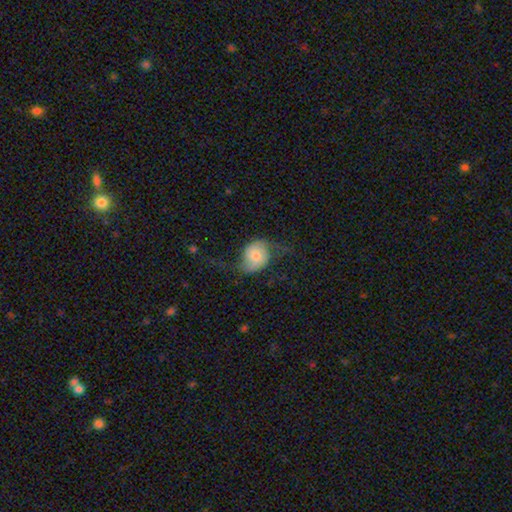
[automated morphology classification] smooth-or-featured: featured or disk: 50% | smooth: 42% | star or artifact: 8%
  disk-edge-on: no: 96% | yes: 4%
  merging: none: 53% | major disturbance: 23% | minor disturbance: 23% | merger: 2%